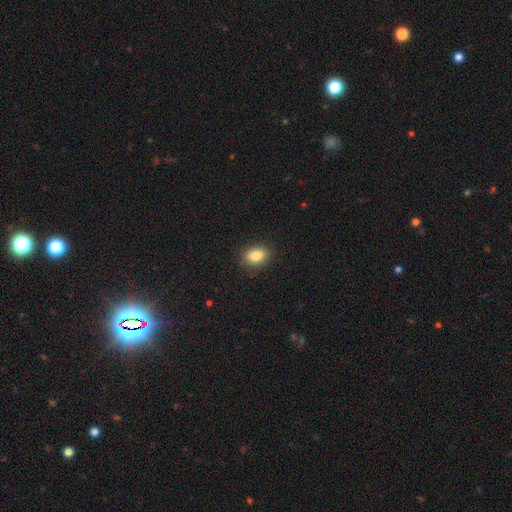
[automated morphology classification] Smooth or featured: smooth — 84% (star or artifact — 9%)
How rounded: in between — 82% (round — 16%)
Merging: none — 88% (minor disturbance — 9%)